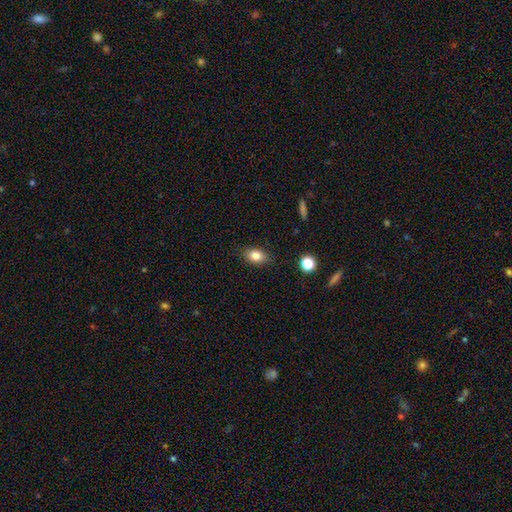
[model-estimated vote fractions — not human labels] Morphology: type=smooth (82%); roundness=in between (80%); merging=none (84%).